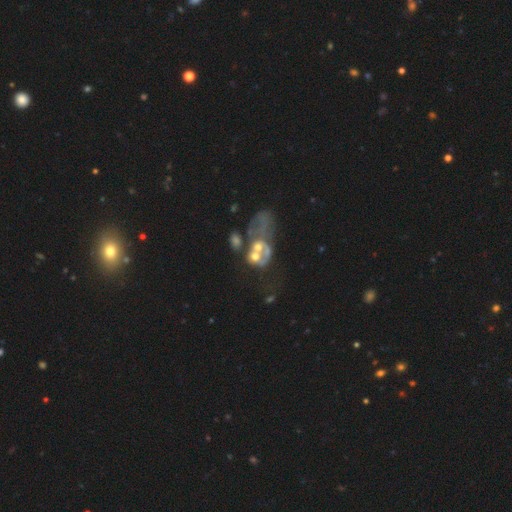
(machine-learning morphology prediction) The model was most divided on "smooth or featured": featured or disk: 57%, smooth: 31%, star or artifact: 13%. More confident: edge-on disk — no (97%); bar — no (88%); spiral arms — no (79%); merging — merger (60%); bulge size — moderate (51%).